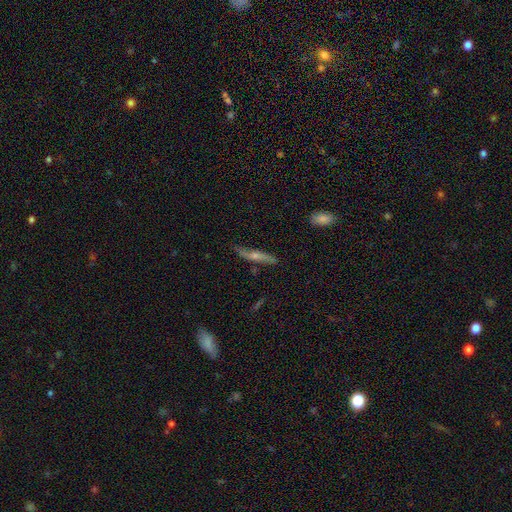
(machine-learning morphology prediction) featured or disk 66%, smooth 25%, star or artifact 9%. Down the decision tree: edge-on disk — yes (75%); merging — none (78%).